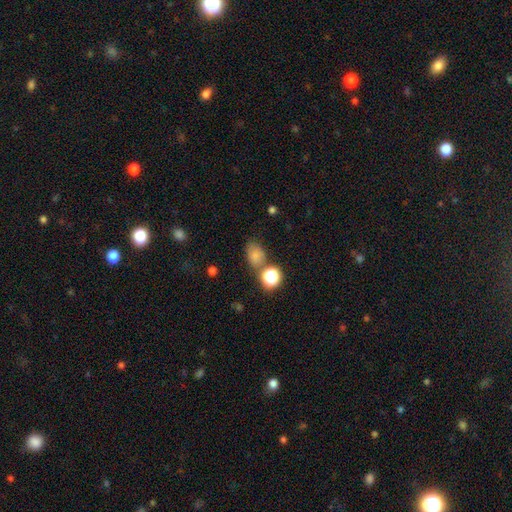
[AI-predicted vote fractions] This is likely a smooth galaxy (76%). How rounded: likely in between (61%). Merging: possibly none (59%).